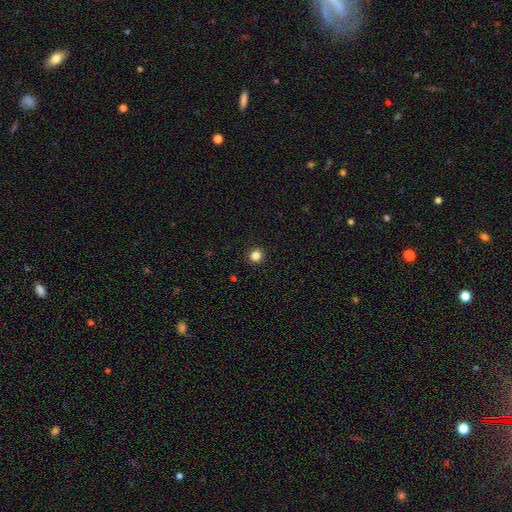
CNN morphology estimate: A smooth galaxy with no disk features (85%) that is round (93%).

Vote fractions:
- Smooth or featured? smooth: 85% / star or artifact: 12% / featured or disk: 4%
- How rounded? round: 93% / in between: 6% / cigar-shaped: 1%
- Merging? none: 93% / minor disturbance: 4% / major disturbance: 1% / merger: 1%